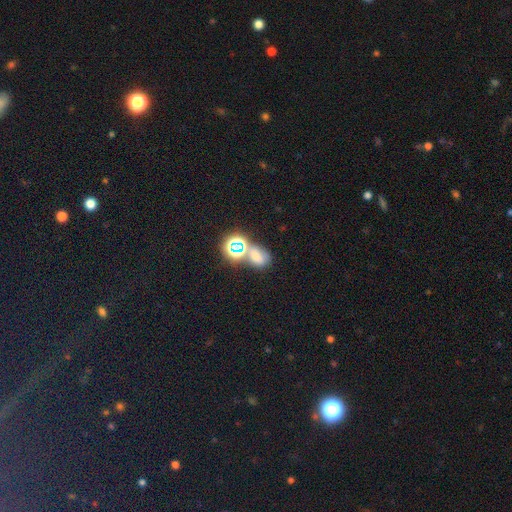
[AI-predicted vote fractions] The model was most divided on "merging": none: 43%, merger: 36%, minor disturbance: 14%, major disturbance: 8%. Remaining: smooth or featured — smooth (49%).